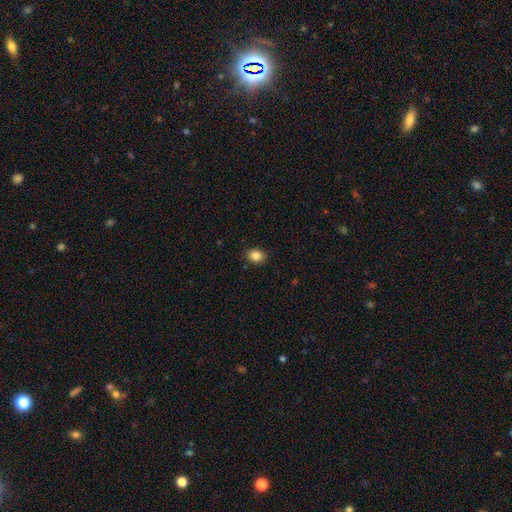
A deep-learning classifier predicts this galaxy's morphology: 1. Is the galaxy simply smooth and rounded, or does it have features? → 86% smooth, 10% star or artifact, 4% featured or disk.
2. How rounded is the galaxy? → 50% round, 49% in between, 1% cigar-shaped.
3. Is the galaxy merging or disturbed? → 88% none, 9% minor disturbance, 2% major disturbance, 1% merger.